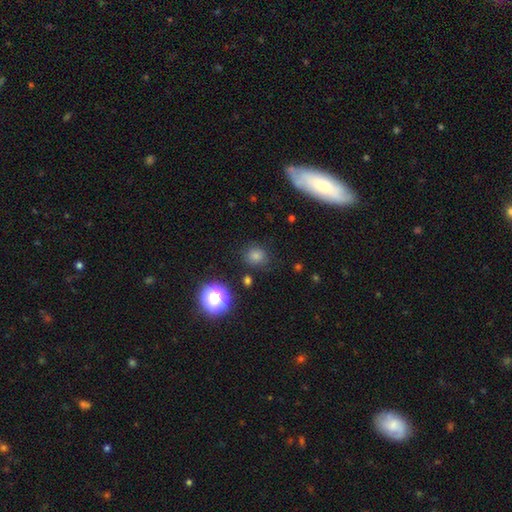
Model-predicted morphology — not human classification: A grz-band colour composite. It shows a smooth galaxy with no disk features (69%) that is round (86%). Merging: none (85%).